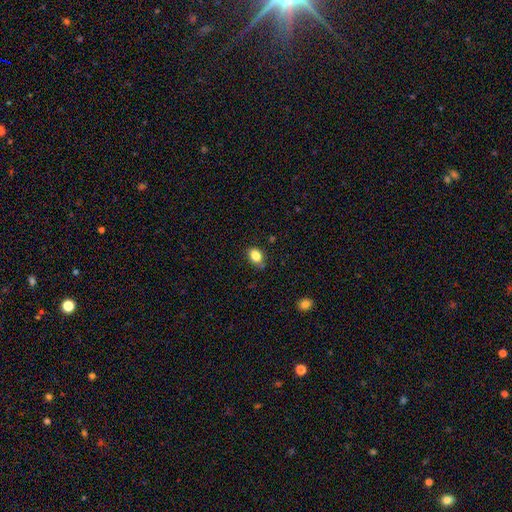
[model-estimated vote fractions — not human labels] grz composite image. It shows a smooth galaxy with no disk features (84%) that is in between round and cigar-shaped (61%). Merging: none (78%).